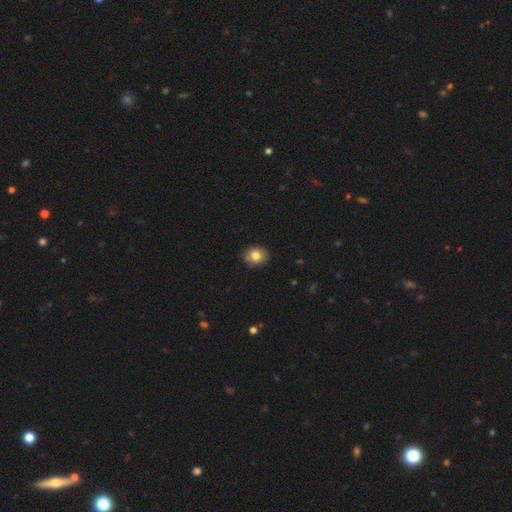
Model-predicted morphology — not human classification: smooth-or-featured: smooth: 81% | star or artifact: 10% | featured or disk: 9%
  how-rounded: round: 67% | in between: 32% | cigar-shaped: 1%
  merging: none: 84% | minor disturbance: 12% | merger: 2% | major disturbance: 2%